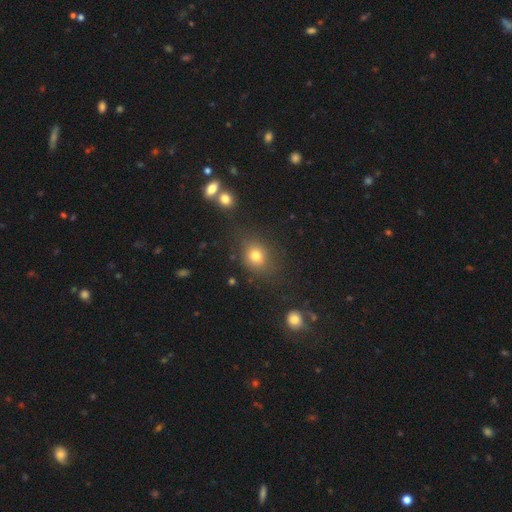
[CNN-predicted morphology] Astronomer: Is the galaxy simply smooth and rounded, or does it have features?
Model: smooth — 76%.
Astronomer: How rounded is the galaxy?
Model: round — 60% (runner-up: in between, 38%).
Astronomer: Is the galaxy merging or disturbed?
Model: none — 74%.